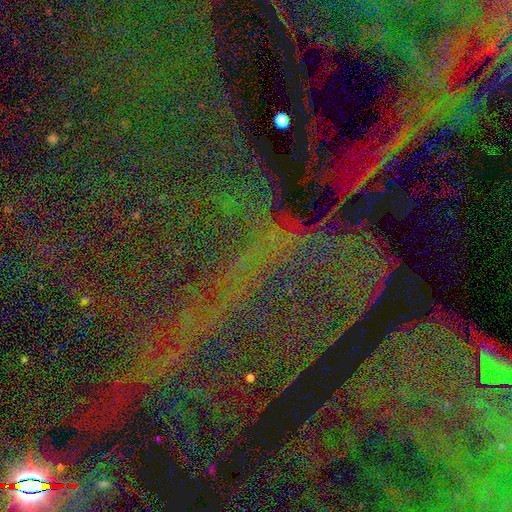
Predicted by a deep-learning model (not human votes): Smooth or featured? star or artifact (84%)